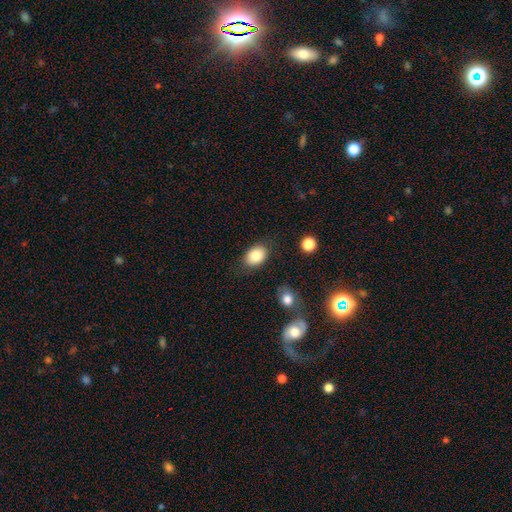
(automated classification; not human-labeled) Overall: smooth (85%). How rounded: in between (80%). Merging: none (82%).